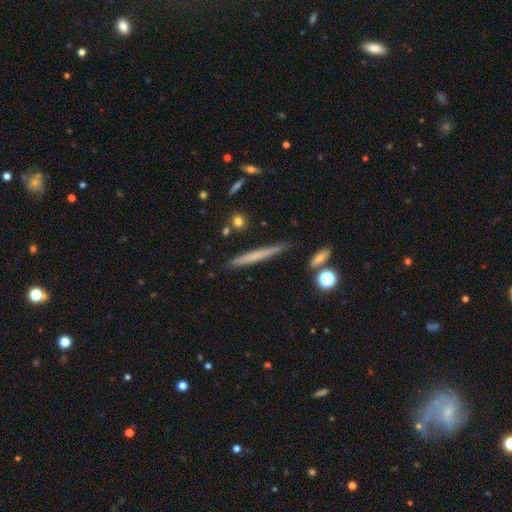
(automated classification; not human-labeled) Q: Smooth or featured?
A: smooth (55%); runner-up: featured or disk (38%)
Q: How rounded?
A: cigar-shaped (95%); runner-up: in between (2%)
Q: Merging?
A: none (85%); runner-up: minor disturbance (11%)